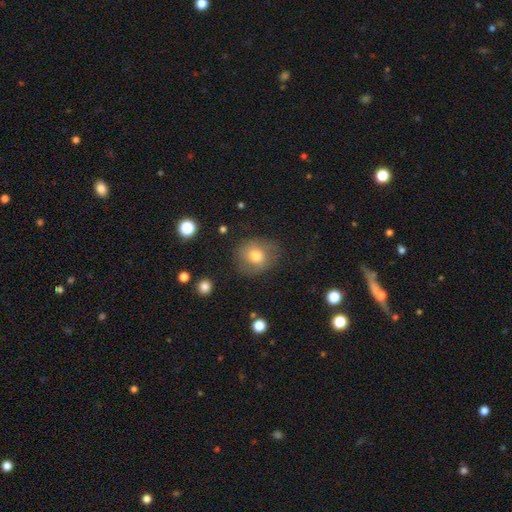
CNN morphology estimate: Smooth or featured: smooth — 73% (featured or disk — 18%)
How rounded: round — 76% (in between — 23%)
Merging: none — 73% (minor disturbance — 18%)